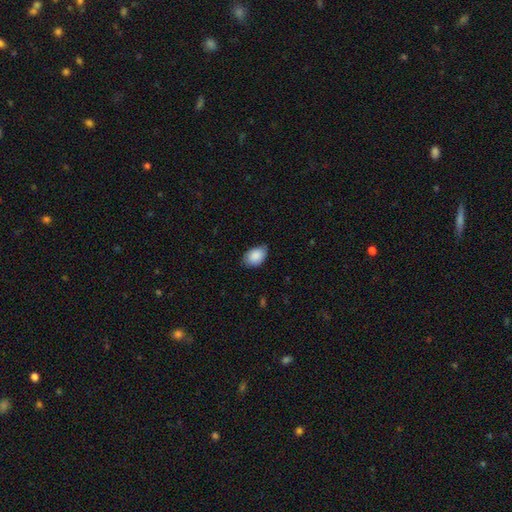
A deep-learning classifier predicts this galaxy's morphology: This is clearly a smooth galaxy (88%). How rounded: clearly in between (85%). Merging: likely none (73%).